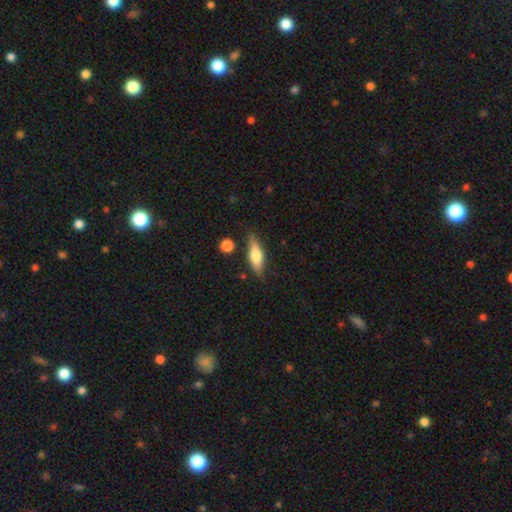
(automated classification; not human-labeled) Q: Smooth or featured?
A: smooth (58%); runner-up: featured or disk (36%)
Q: How rounded?
A: in between (49%); runner-up: cigar-shaped (48%)
Q: Merging?
A: none (78%); runner-up: minor disturbance (15%)